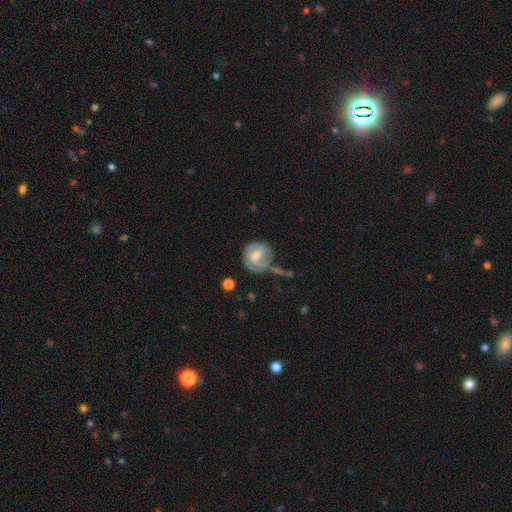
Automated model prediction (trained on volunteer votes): A featured or disk galaxy (62%) with a weak bar (52%), spiral arms (73%) and a moderate central bulge (65%). Merging: none (48%).